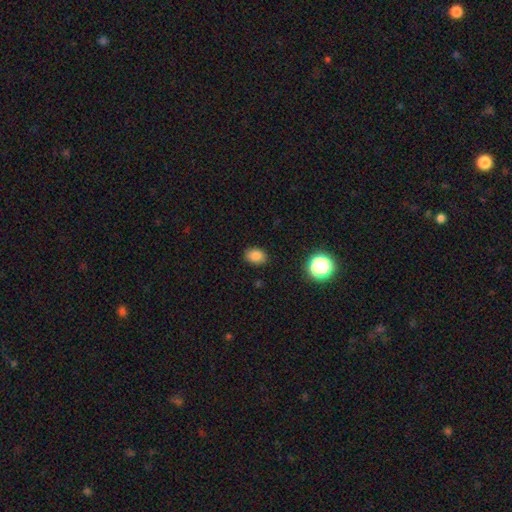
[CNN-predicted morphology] This is clearly a smooth galaxy (84%). How rounded: likely in between (70%). Merging: clearly none (86%).